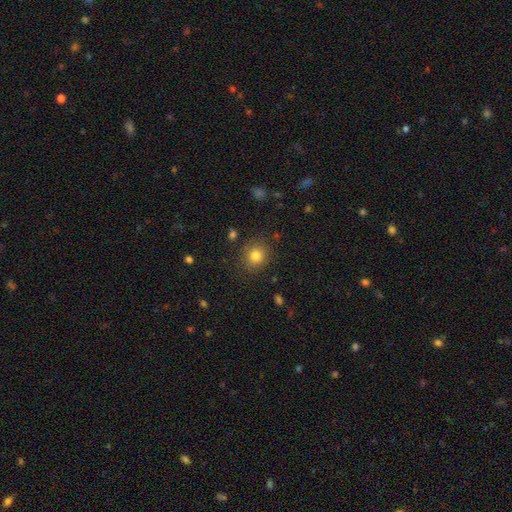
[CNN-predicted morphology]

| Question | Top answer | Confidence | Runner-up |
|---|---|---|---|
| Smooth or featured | smooth | 80% | star or artifact (12%) |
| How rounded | round | 81% | in between (18%) |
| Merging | none | 85% | minor disturbance (10%) |